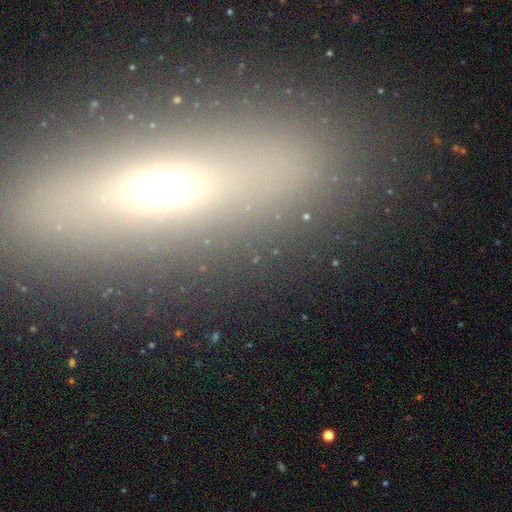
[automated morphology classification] smooth 47%, featured or disk 34%, star or artifact 19%. Down the decision tree: merging — none (84%).